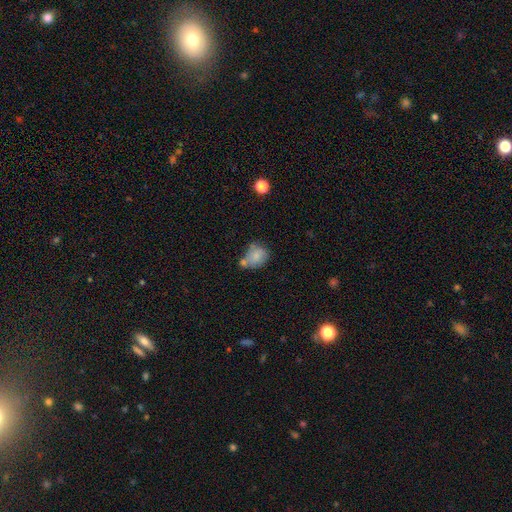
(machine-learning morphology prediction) smooth-or-featured: smooth: 75% | featured or disk: 16% | star or artifact: 9%
  how-rounded: in between: 51% | round: 48% | cigar-shaped: 1%
  merging: none: 37% | merger: 30% | minor disturbance: 24% | major disturbance: 10%